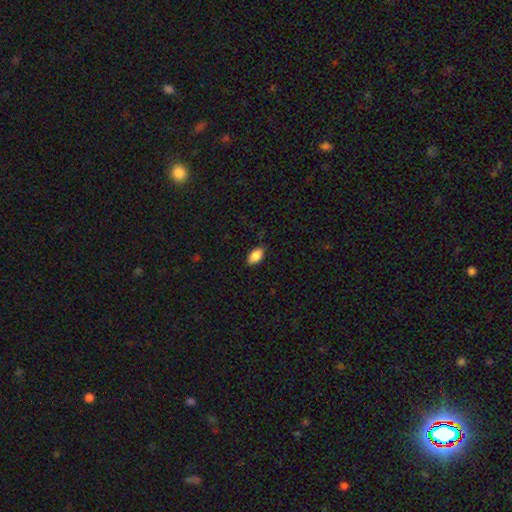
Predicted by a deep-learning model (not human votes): Smooth or featured? smooth (86%)
How rounded? in between (92%)
Merging? none (83%)